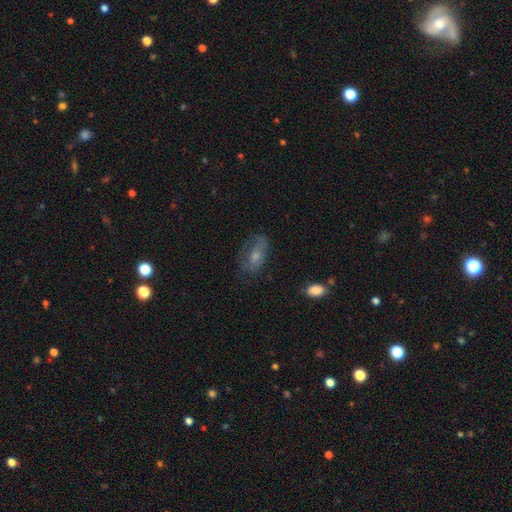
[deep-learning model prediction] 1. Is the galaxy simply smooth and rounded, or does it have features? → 53% smooth, 37% featured or disk, 10% star or artifact.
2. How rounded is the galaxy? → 86% in between, 8% round, 6% cigar-shaped.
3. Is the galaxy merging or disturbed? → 53% none, 27% minor disturbance, 18% major disturbance, 2% merger.